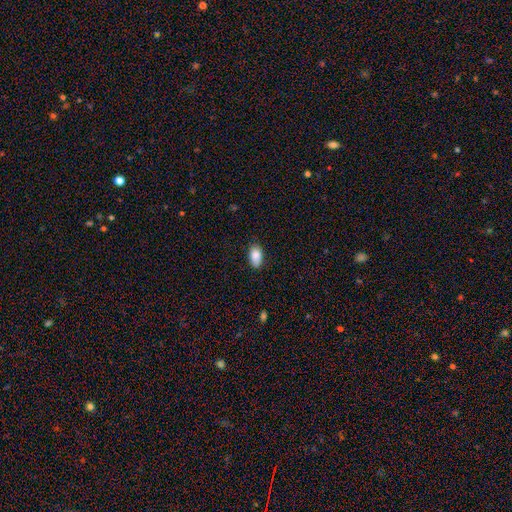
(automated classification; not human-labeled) Overall: smooth (87%). How rounded: in between (92%). Merging: none (79%).